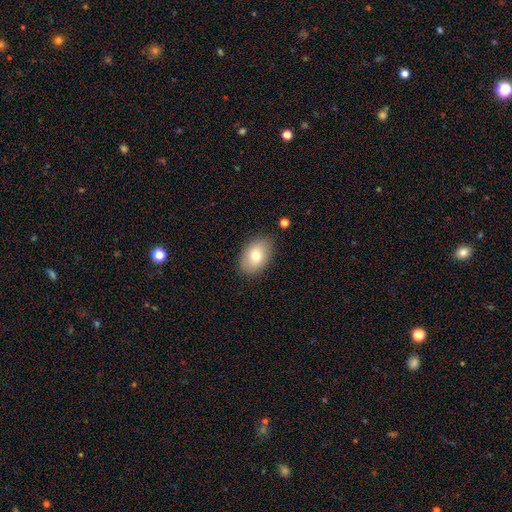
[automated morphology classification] Overall: smooth (75%). How rounded: in between (84%). Merging: none (85%).